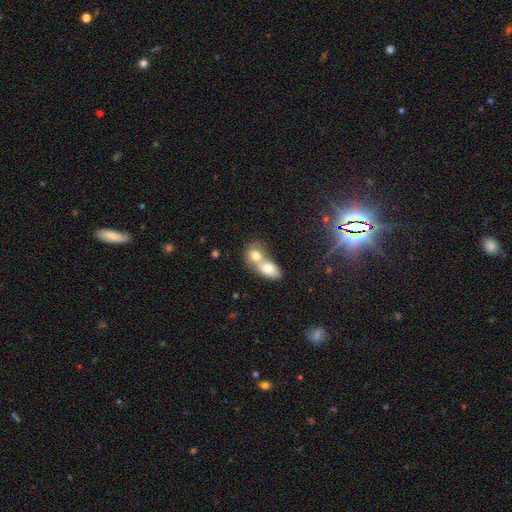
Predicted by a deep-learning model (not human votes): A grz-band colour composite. It shows a smooth galaxy with no disk features (74%) that is in between round and cigar-shaped (56%). Merging: merger (73%).